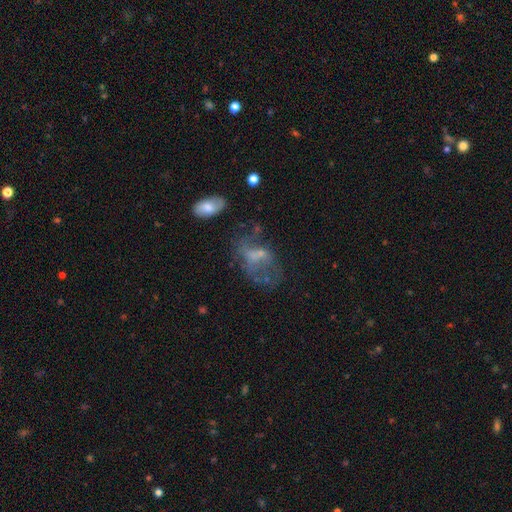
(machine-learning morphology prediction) Q: Smooth or featured?
A: featured or disk (52%); runner-up: smooth (33%)
Q: Edge-on disk?
A: no (96%); runner-up: yes (4%)
Q: Merging?
A: major disturbance (39%); runner-up: none (32%)